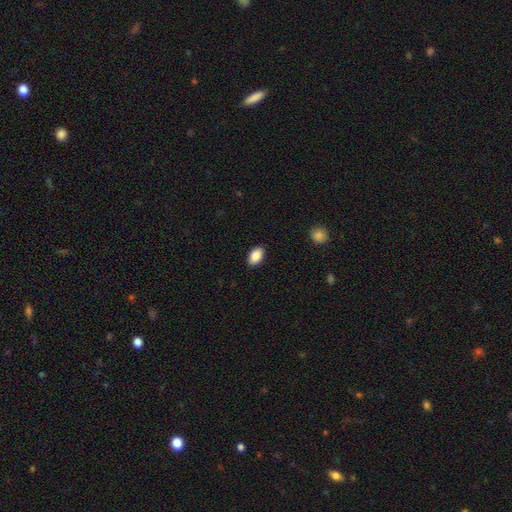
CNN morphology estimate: Overall: smooth (89%). How rounded: in between (91%). Merging: none (89%).